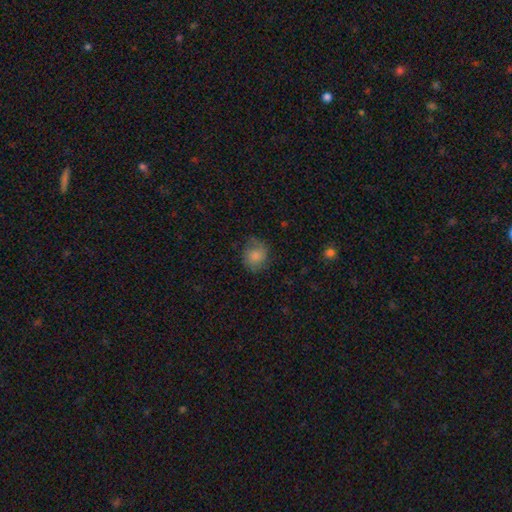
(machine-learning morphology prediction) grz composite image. It shows a smooth galaxy with no disk features (79%) that is round (75%). Merging: none (69%).